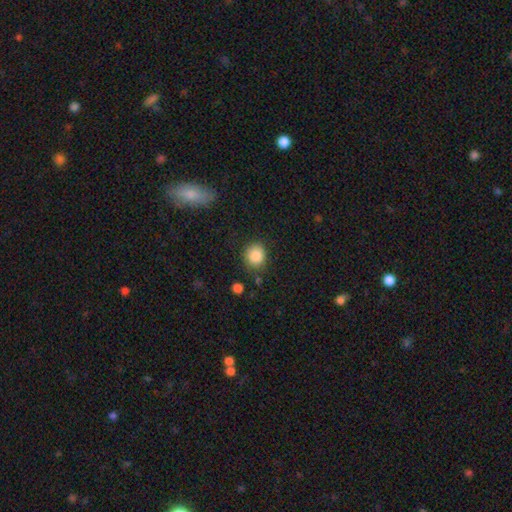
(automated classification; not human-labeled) Smooth or featured?
  - smooth: 87% *
  - star or artifact: 9%
  - featured or disk: 4%
How rounded?
  - round: 80% *
  - in between: 19%
  - cigar-shaped: 1%
Merging?
  - none: 81% *
  - minor disturbance: 12%
  - major disturbance: 4%
  - merger: 3%